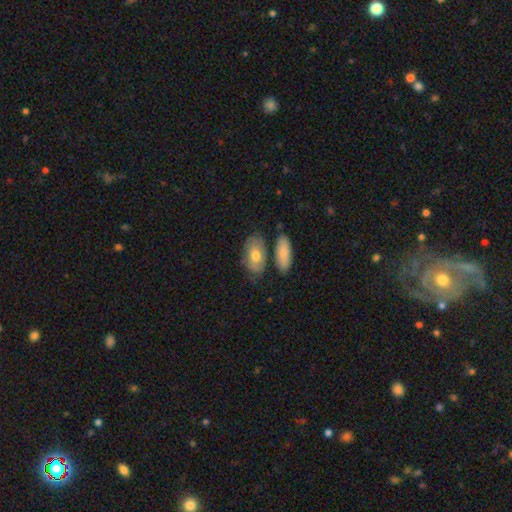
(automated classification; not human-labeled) Smooth or featured? smooth (67%)
How rounded? in between (89%)
Merging? none (62%)